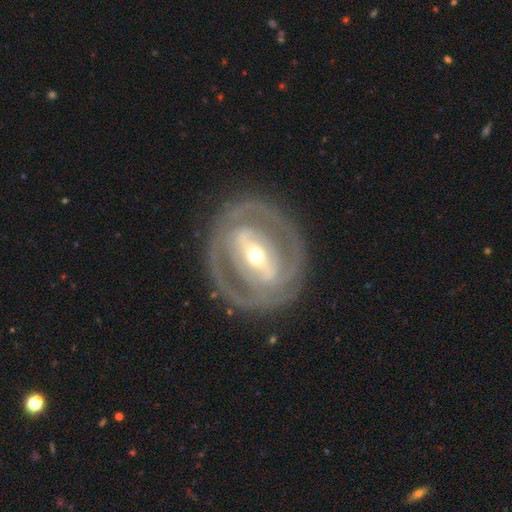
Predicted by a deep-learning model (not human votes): smooth-or-featured: featured or disk: 81% | smooth: 14% | star or artifact: 5%
  disk-edge-on: no: 93% | yes: 7%
    bar: strong: 59% | weak: 26% | no: 15%
    has-spiral-arms: yes: 54% | no: 46%
    bulge-size: moderate: 48% | small: 46% | large: 4% | dominant: 1% | none: 1%
  merging: none: 80% | minor disturbance: 12% | major disturbance: 7% | merger: 1%